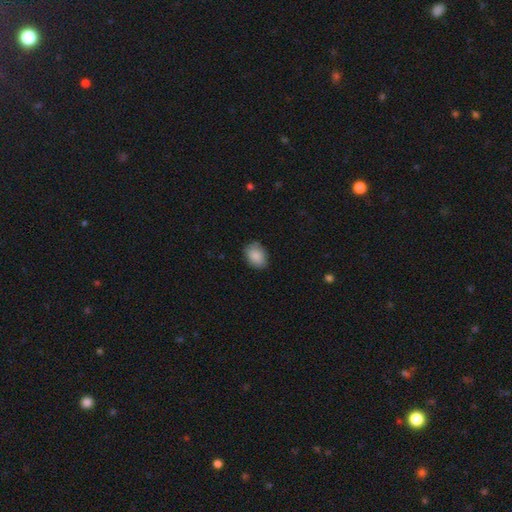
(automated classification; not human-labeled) This appears to be a smooth galaxy with no disk features (87%) that is in between round and cigar-shaped (70%). Merging: none (77%).